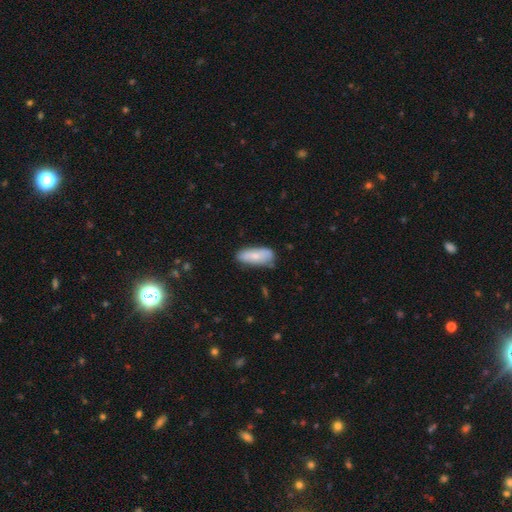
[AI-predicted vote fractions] This is likely a smooth galaxy (68%). How rounded: likely in between (76%). Merging: likely none (70%).